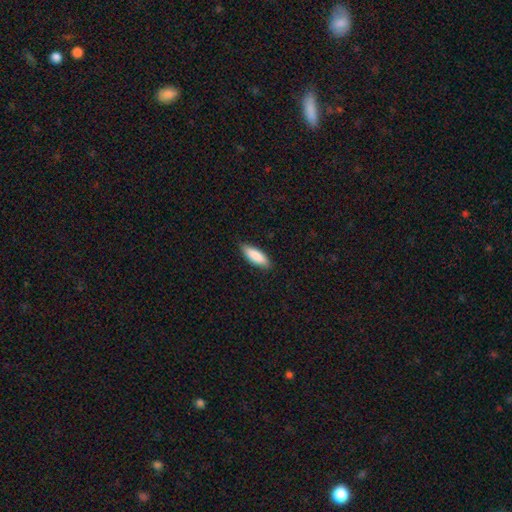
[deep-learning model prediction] This is clearly a smooth galaxy (87%). How rounded: likely in between (63%). Merging: clearly none (85%).